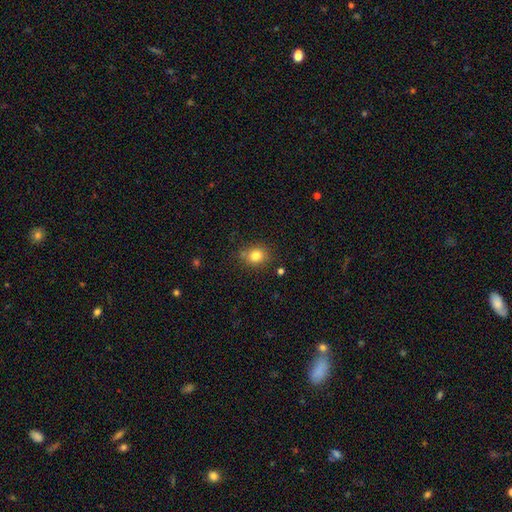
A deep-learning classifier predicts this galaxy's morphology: Smooth or featured? Predicted: smooth (p=0.81). How rounded? Predicted: round (p=0.66). Merging? Predicted: none (p=0.77).